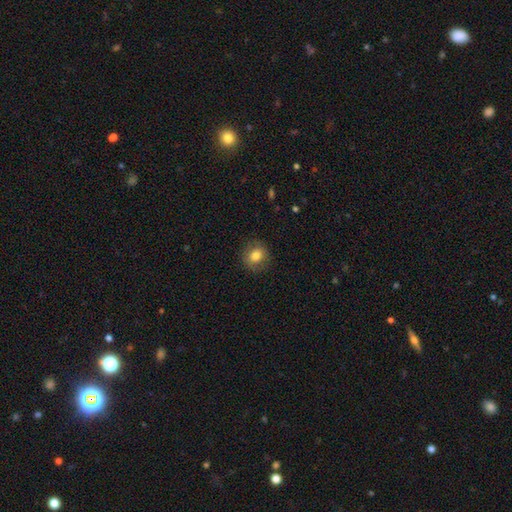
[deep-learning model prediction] Smooth or featured? Predicted: smooth (p=0.79). How rounded? Predicted: round (p=0.81). Merging? Predicted: none (p=0.85).